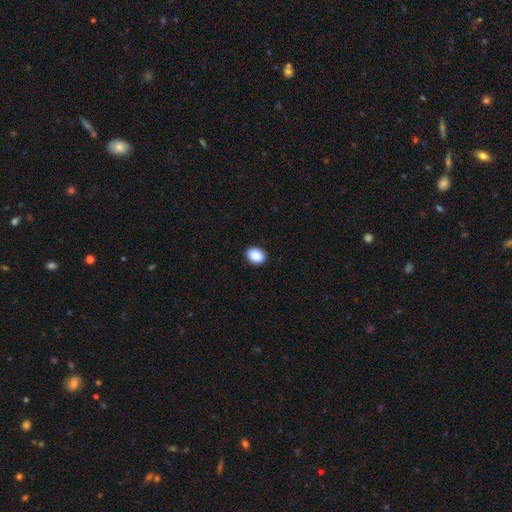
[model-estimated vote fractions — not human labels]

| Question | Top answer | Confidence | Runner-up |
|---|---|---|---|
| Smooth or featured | smooth | 90% | star or artifact (8%) |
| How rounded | in between | 70% | round (29%) |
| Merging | none | 90% | minor disturbance (8%) |